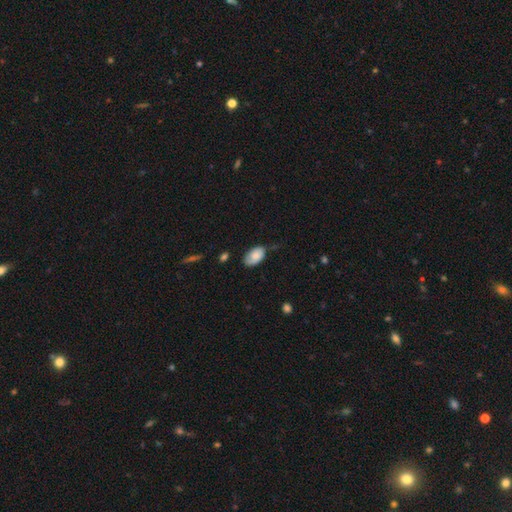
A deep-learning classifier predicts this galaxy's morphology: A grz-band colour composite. It shows a smooth galaxy with no disk features (68%) that is in between round and cigar-shaped (93%). Merging: none (60%).